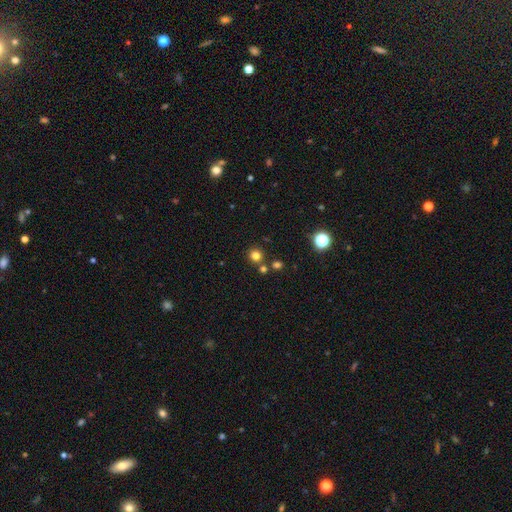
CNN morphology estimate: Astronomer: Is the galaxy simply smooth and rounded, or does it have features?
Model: smooth — 76%.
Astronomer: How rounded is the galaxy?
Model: round — 92%.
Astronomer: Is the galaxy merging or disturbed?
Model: none — 79%.